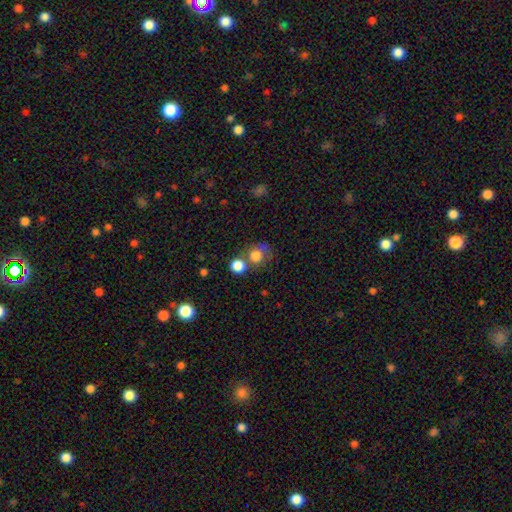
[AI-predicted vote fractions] A smooth galaxy with no disk features (77%) that is round (83%).

Vote fractions:
- Smooth or featured? smooth: 77% / featured or disk: 12% / star or artifact: 10%
- How rounded? round: 83% / in between: 16% / cigar-shaped: 1%
- Merging? none: 42% / merger: 37% / minor disturbance: 12% / major disturbance: 9%